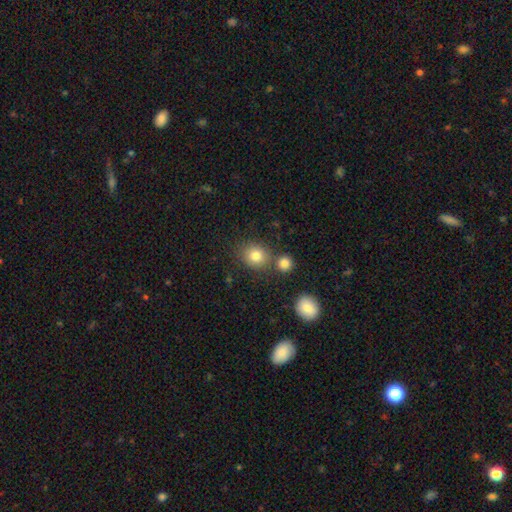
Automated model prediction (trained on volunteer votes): Q: Smooth or featured?
A: smooth (80%); runner-up: star or artifact (12%)
Q: How rounded?
A: round (79%); runner-up: in between (20%)
Q: Merging?
A: none (72%); runner-up: merger (15%)